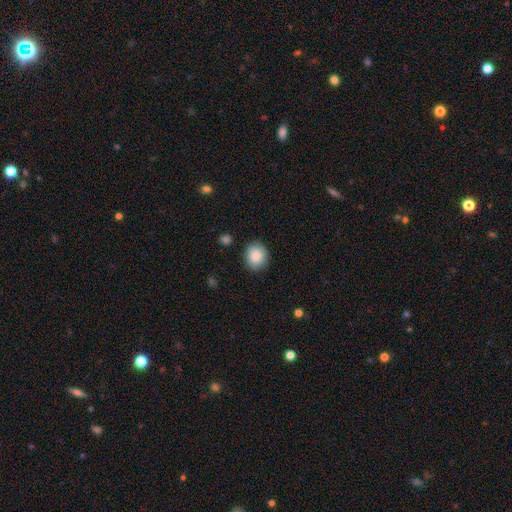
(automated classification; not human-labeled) This is clearly a smooth galaxy (86%). How rounded: likely round (61%). Merging: clearly none (86%).